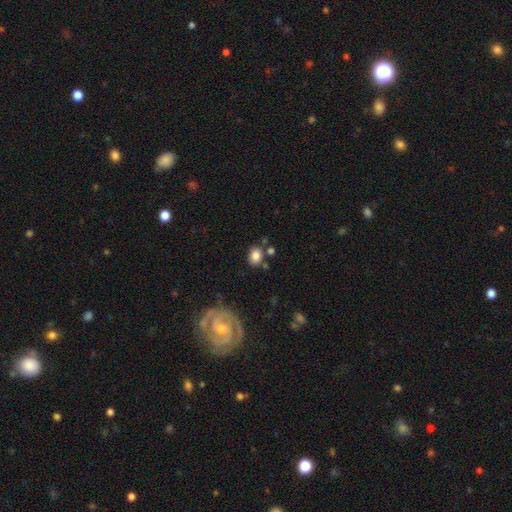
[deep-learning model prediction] Smooth or featured?
  - smooth: 82% *
  - star or artifact: 9%
  - featured or disk: 9%
How rounded?
  - in between: 62% *
  - round: 37%
  - cigar-shaped: 1%
Merging?
  - none: 73% *
  - minor disturbance: 14%
  - merger: 9%
  - major disturbance: 4%